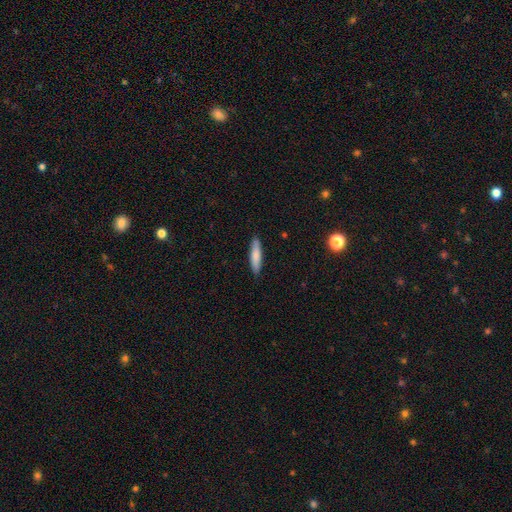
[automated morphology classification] A smooth galaxy with no disk features (80%) that is cigar-shaped (81%).

Vote fractions:
- Smooth or featured? smooth: 80% / featured or disk: 14% / star or artifact: 6%
- How rounded? cigar-shaped: 81% / in between: 18% / round: 1%
- Merging? none: 89% / minor disturbance: 9% / major disturbance: 2% / merger: 1%